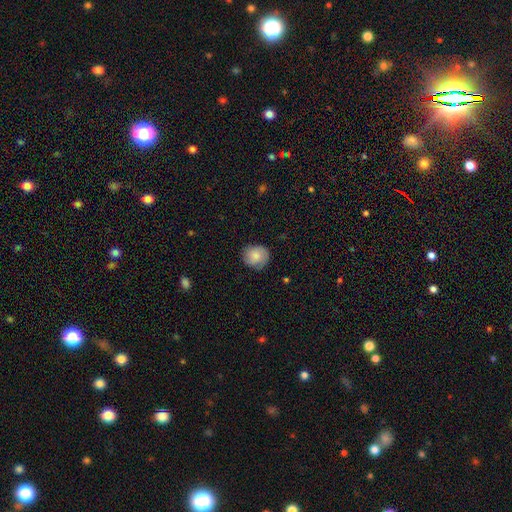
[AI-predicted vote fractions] smooth 80%, featured or disk 13%, star or artifact 7%. Down the decision tree: how rounded — round (85%); merging — none (79%).